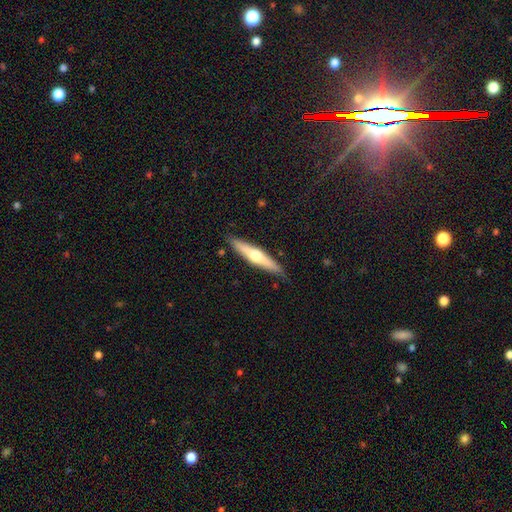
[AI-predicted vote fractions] This appears to be a featured or disk galaxy (58%) viewed edge-on (96%) with a rounded central bulge (92%). Merging: none (87%).